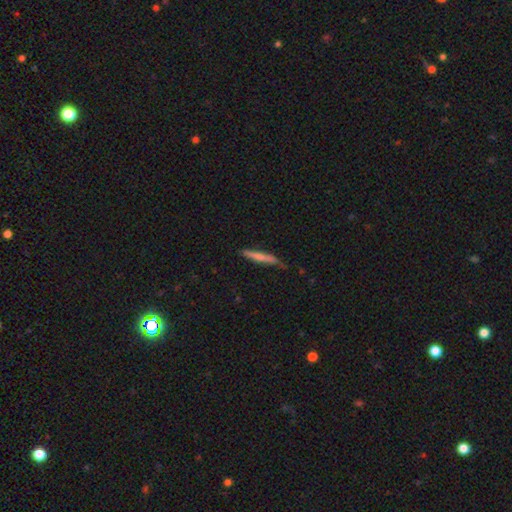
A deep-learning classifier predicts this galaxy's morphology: Overall: smooth (59%; featured or disk 34%). How rounded: cigar-shaped (95%). Merging: none (79%).